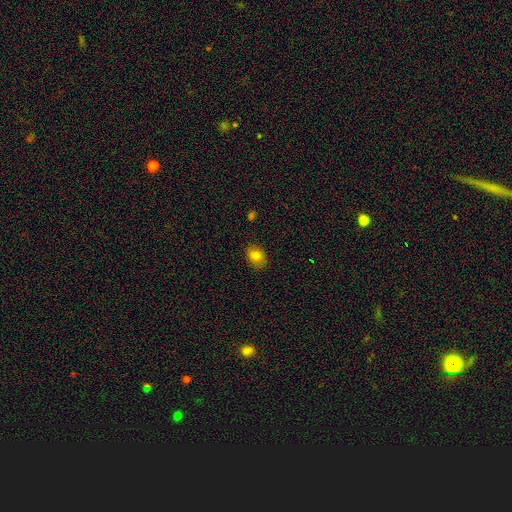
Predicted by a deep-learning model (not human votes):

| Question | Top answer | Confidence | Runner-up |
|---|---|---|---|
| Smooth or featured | smooth | 80% | star or artifact (11%) |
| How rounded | in between | 60% | round (39%) |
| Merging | none | 84% | minor disturbance (12%) |